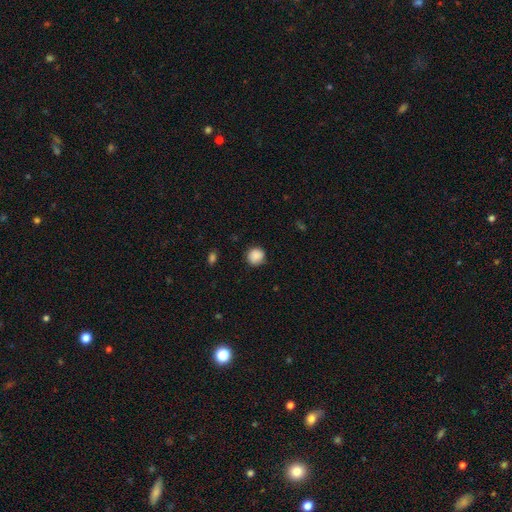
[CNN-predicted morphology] The model was most divided on "merging": none: 83%, minor disturbance: 13%, major disturbance: 3%, merger: 1%. More confident: how rounded — round (90%); smooth or featured — smooth (88%).